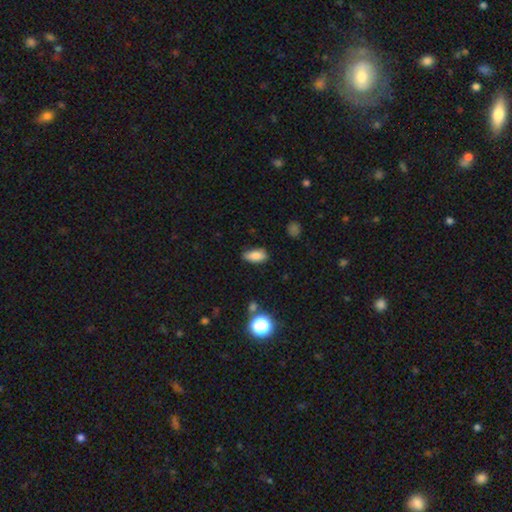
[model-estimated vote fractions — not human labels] A smooth galaxy with no disk features (83%) that is in between round and cigar-shaped (88%). Merging: none (79%).